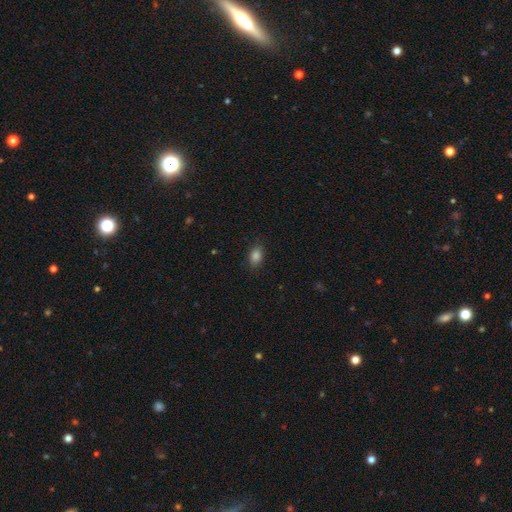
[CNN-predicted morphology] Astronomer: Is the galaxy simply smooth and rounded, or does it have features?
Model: smooth — 85%.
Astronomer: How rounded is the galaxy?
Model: in between — 81%.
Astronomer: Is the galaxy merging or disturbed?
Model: none — 85%.